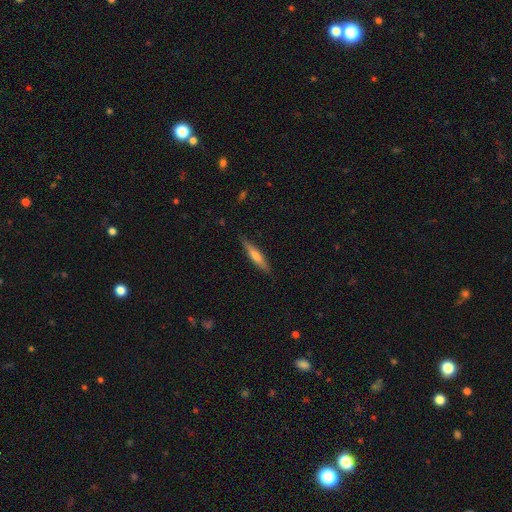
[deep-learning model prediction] This appears to be a smooth galaxy with no disk features (52%) that is cigar-shaped (88%). Merging: none (86%).